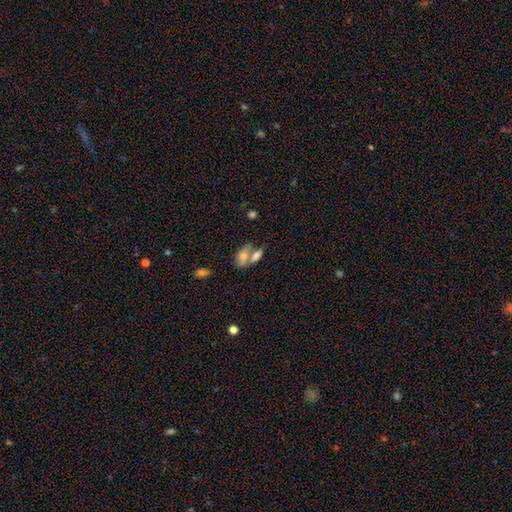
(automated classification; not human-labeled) This is likely a smooth galaxy (67%). How rounded: likely in between (79%). Merging: possibly merger (54%).